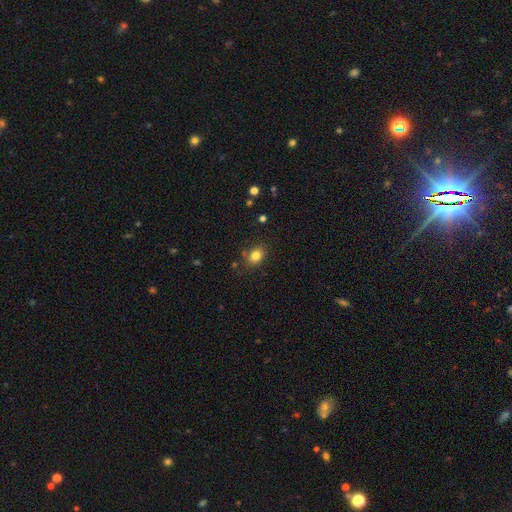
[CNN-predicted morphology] This is clearly a smooth galaxy (82%). How rounded: possibly in between (58%). Merging: likely none (78%).